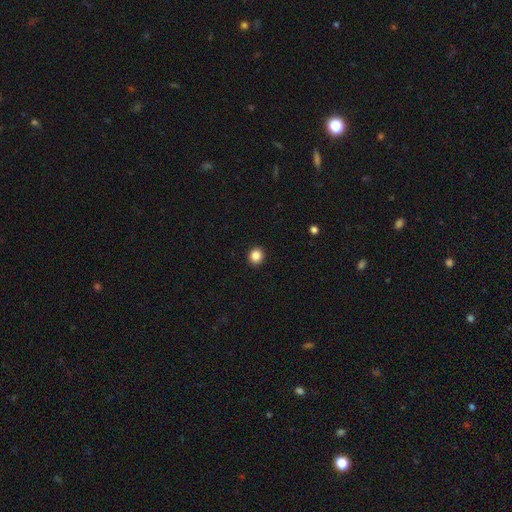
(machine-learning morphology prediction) Smooth or featured: smooth — 86% (star or artifact — 11%)
How rounded: round — 89% (in between — 10%)
Merging: none — 93% (minor disturbance — 4%)